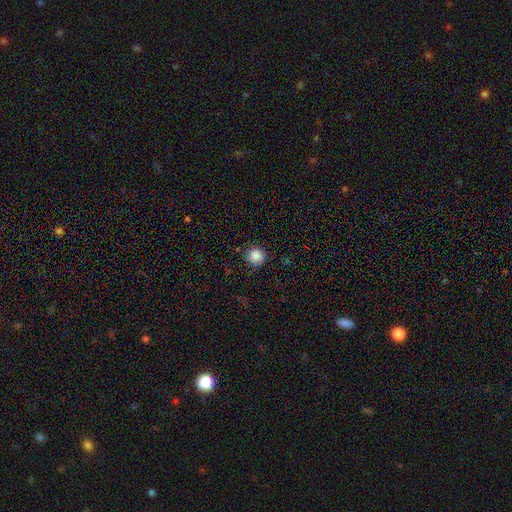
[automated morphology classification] A smooth galaxy with no disk features (86%) that is round (93%).

Vote fractions:
- Smooth or featured? smooth: 86% / star or artifact: 10% / featured or disk: 3%
- How rounded? round: 93% / in between: 6% / cigar-shaped: 1%
- Merging? none: 86% / minor disturbance: 10% / major disturbance: 3% / merger: 1%